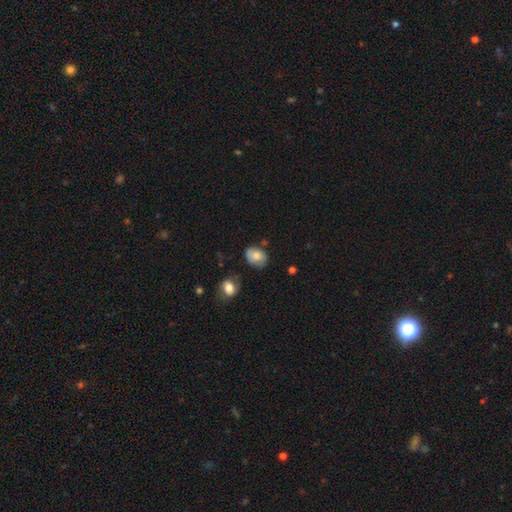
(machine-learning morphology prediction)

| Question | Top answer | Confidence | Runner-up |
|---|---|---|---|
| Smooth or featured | smooth | 75% | featured or disk (17%) |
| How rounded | in between | 58% | round (41%) |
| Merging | none | 62% | minor disturbance (27%) |